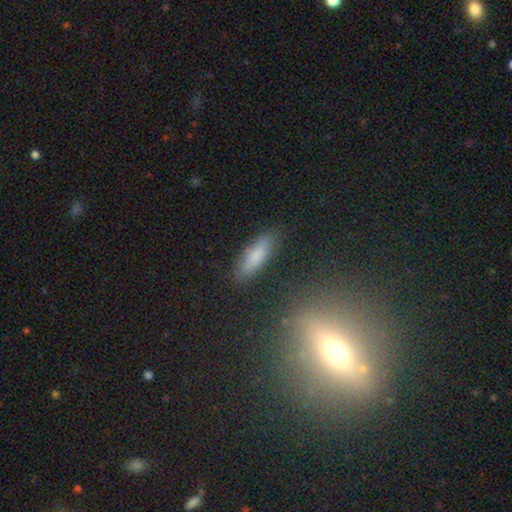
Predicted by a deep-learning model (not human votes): The model was most divided on "how rounded": cigar-shaped: 59%, in between: 39%, round: 2%. More confident: merging — none (86%); smooth or featured — smooth (77%).